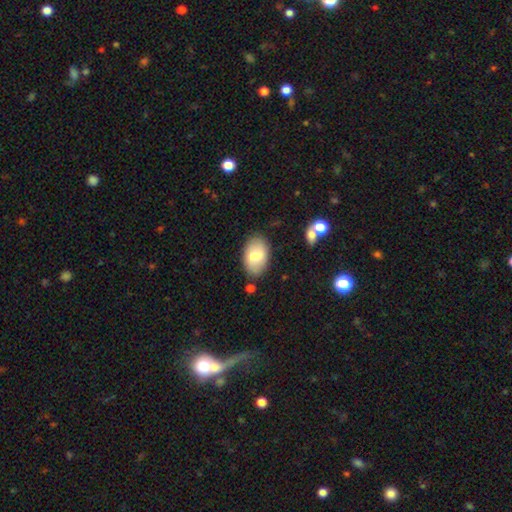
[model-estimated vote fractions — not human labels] Morphology: type=smooth (70%); roundness=in between (92%); merging=none (83%).